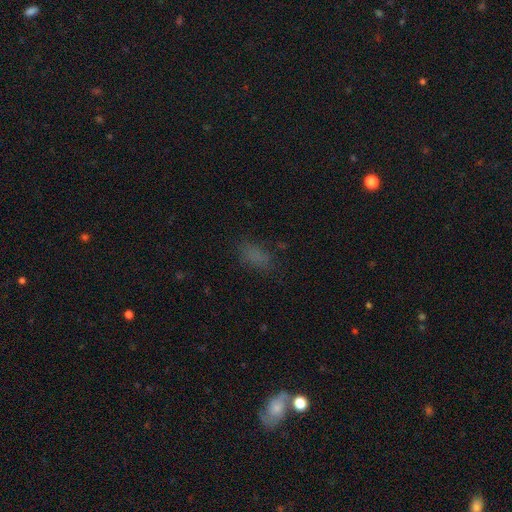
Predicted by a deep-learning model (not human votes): smooth-or-featured: smooth: 74% | star or artifact: 18% | featured or disk: 8%
  how-rounded: in between: 84% | cigar-shaped: 9% | round: 7%
  merging: none: 71% | minor disturbance: 18% | major disturbance: 9% | merger: 2%